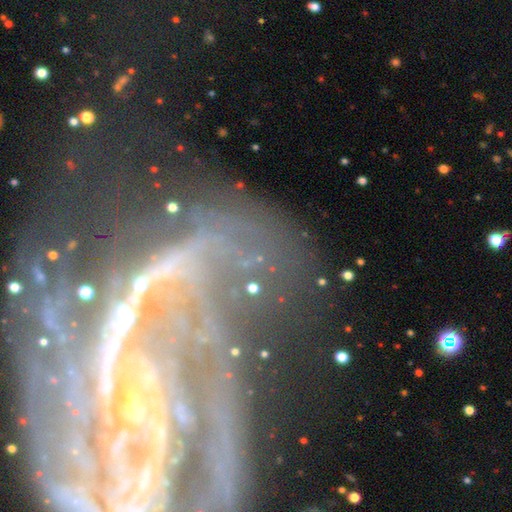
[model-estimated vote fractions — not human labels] smooth-or-featured: featured or disk: 76% | star or artifact: 16% | smooth: 8%
  disk-edge-on: no: 95% | yes: 5%
    bar: no: 39% | strong: 33% | weak: 28%
    has-spiral-arms: yes: 89% | no: 11%
      spiral-winding: tight: 43% | medium: 38% | loose: 19%
      spiral-arm-count: 2: 25% | can't tell: 23% | 3: 17% | 4: 12% | more than 4: 11% | 1: 11%
    bulge-size: small: 61% | none: 18% | moderate: 15% | large: 4% | dominant: 2%
  merging: none: 54% | major disturbance: 22% | minor disturbance: 17% | merger: 6%